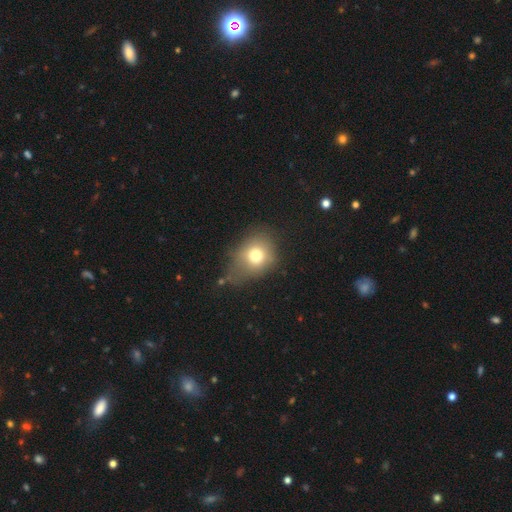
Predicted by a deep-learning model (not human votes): A smooth galaxy with no disk features (73%) that is round (52%).

Vote fractions:
- Smooth or featured? smooth: 73% / featured or disk: 15% / star or artifact: 12%
- How rounded? round: 52% / in between: 46% / cigar-shaped: 1%
- Merging? none: 47% / minor disturbance: 31% / major disturbance: 17% / merger: 5%